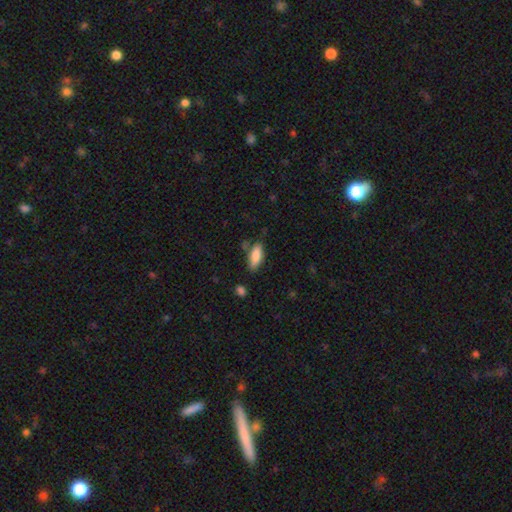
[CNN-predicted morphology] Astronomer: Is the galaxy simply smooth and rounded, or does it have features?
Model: smooth — 85%.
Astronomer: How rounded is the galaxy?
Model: in between — 74%.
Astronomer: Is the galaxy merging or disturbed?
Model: none — 68%.